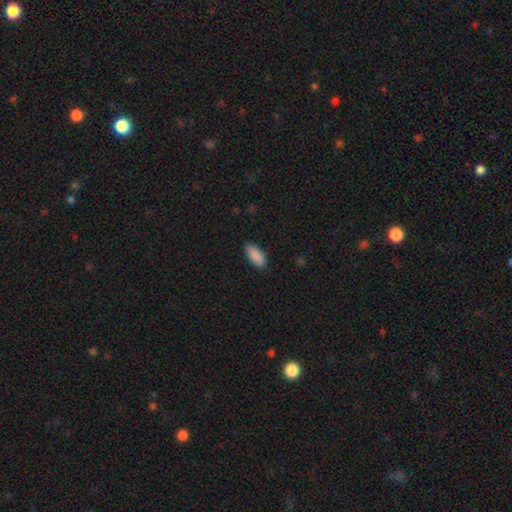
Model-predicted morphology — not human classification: Smooth or featured: smooth — 90% (star or artifact — 6%)
How rounded: in between — 86% (cigar-shaped — 12%)
Merging: none — 86% (minor disturbance — 10%)